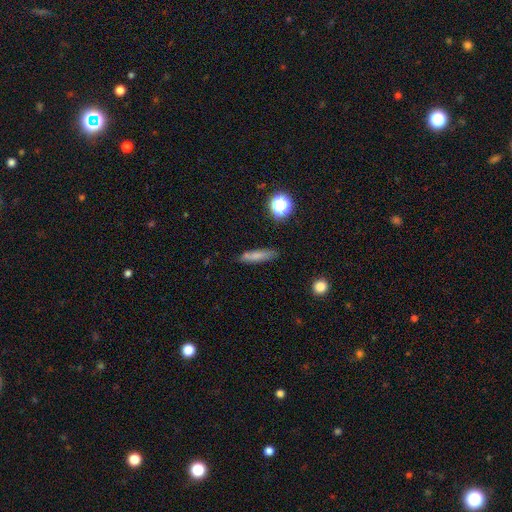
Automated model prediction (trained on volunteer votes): Smooth or featured? Predicted: smooth (p=0.74). How rounded? Predicted: cigar-shaped (p=0.75). Merging? Predicted: none (p=0.80).